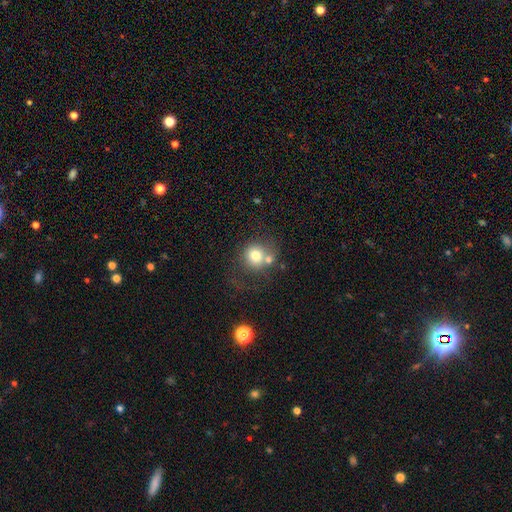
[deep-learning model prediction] smooth-or-featured: smooth: 73% | featured or disk: 16% | star or artifact: 11%
  how-rounded: round: 84% | in between: 15% | cigar-shaped: 1%
  merging: none: 48% | merger: 28% | minor disturbance: 14% | major disturbance: 9%